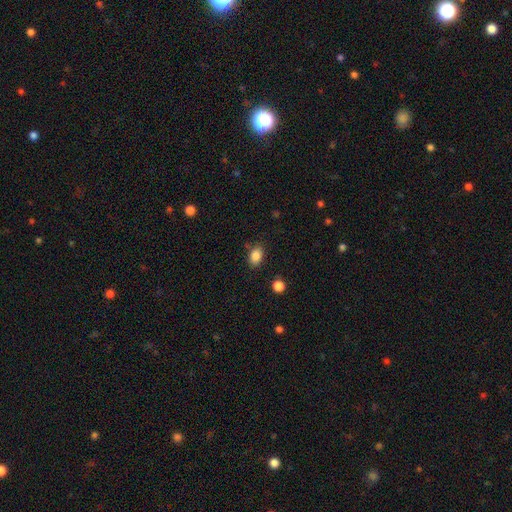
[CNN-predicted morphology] Smooth or featured? Predicted: smooth (p=0.86). How rounded? Predicted: in between (p=0.79). Merging? Predicted: none (p=0.81).